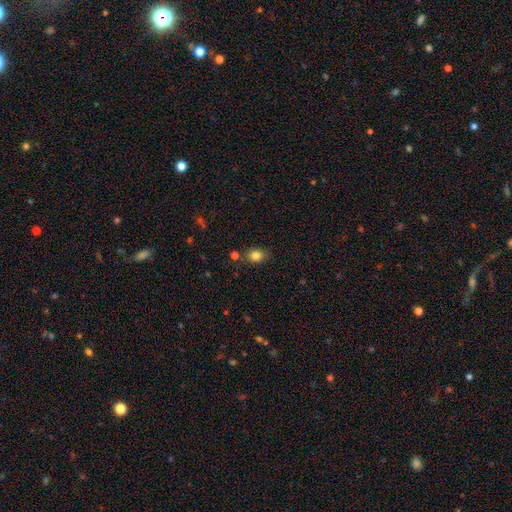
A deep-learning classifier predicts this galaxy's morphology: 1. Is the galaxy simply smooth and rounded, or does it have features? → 82% smooth, 11% star or artifact, 7% featured or disk.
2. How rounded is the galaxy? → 62% in between, 36% round, 1% cigar-shaped.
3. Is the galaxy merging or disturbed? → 78% none, 12% minor disturbance, 6% merger, 3% major disturbance.